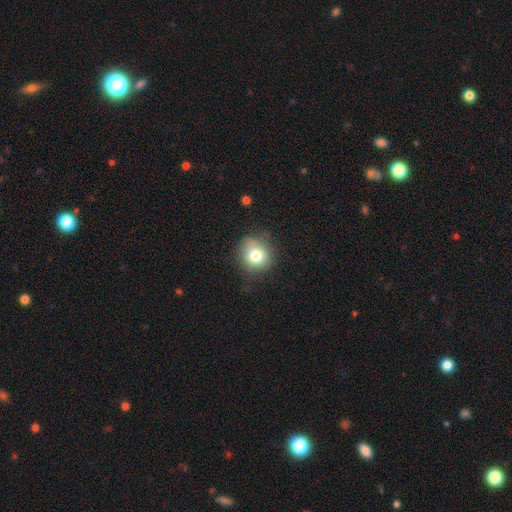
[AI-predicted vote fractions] Smooth or featured? Predicted: smooth (p=0.77). How rounded? Predicted: round (p=0.84). Merging? Predicted: none (p=0.68).